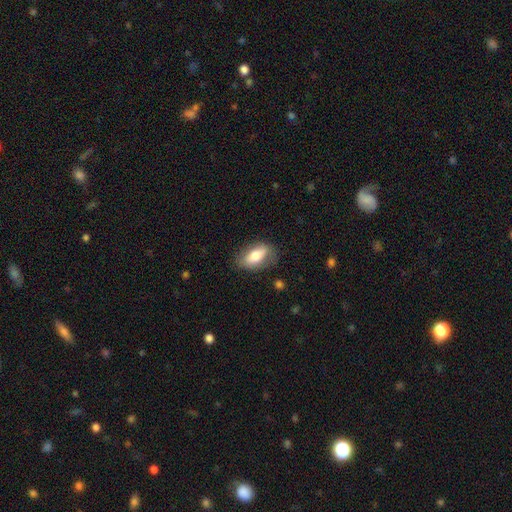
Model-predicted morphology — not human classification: The model was most divided on "smooth or featured": smooth: 69%, featured or disk: 24%, star or artifact: 7%. More confident: how rounded — in between (88%); merging — none (75%).